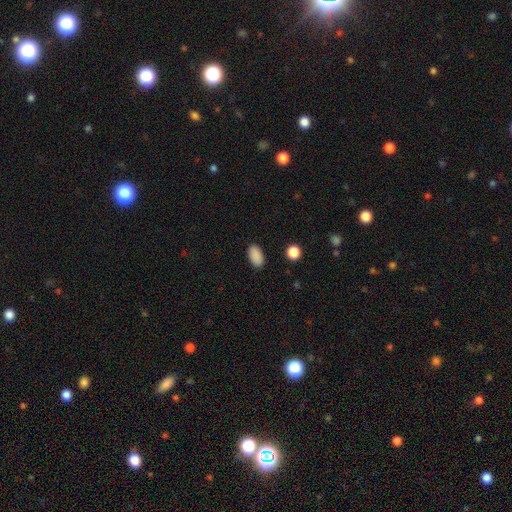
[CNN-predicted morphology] This appears to be a smooth galaxy with no disk features (89%) that is in between round and cigar-shaped (93%). Merging: none (89%).